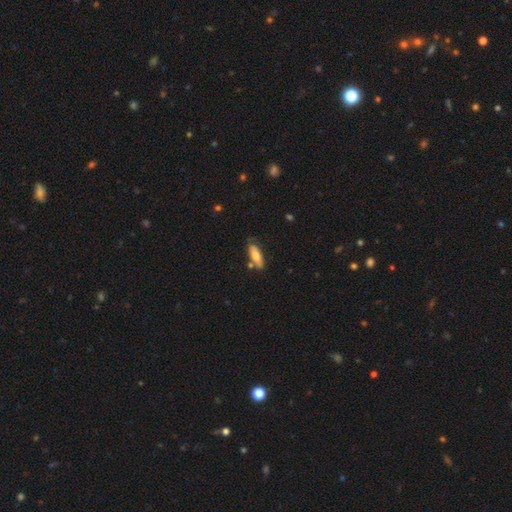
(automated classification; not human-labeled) The model was most divided on "how rounded": in between: 60%, cigar-shaped: 38%, round: 2%. More confident: smooth or featured — smooth (70%); merging — none (65%).